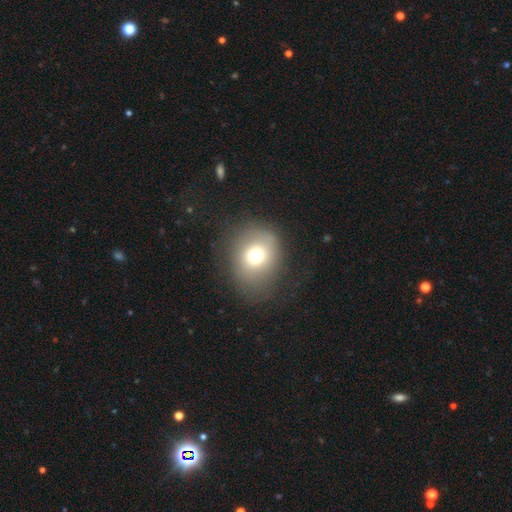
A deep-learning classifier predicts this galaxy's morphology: This is likely a smooth galaxy (71%). How rounded: likely round (68%). Merging: likely none (72%).